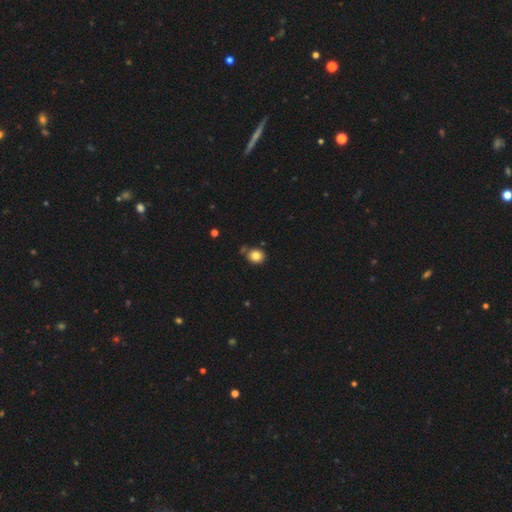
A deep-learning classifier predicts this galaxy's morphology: smooth-or-featured: smooth: 83% | star or artifact: 10% | featured or disk: 7%
  how-rounded: round: 72% | in between: 27% | cigar-shaped: 1%
  merging: none: 74% | minor disturbance: 14% | merger: 10% | major disturbance: 3%